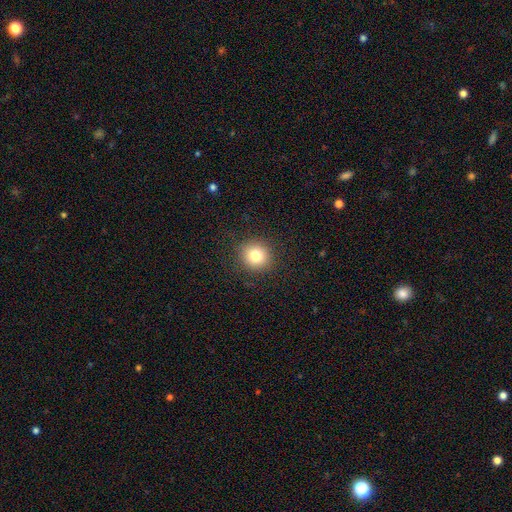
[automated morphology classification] type=smooth (79%); roundness=round (90%); merging=none (90%).